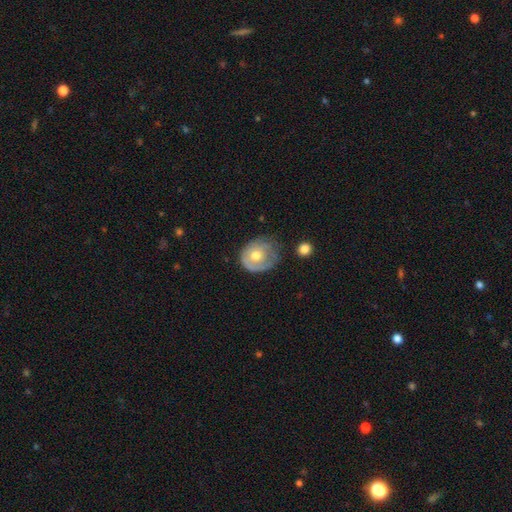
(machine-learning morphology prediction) type=smooth (49%); merging=none (45%).